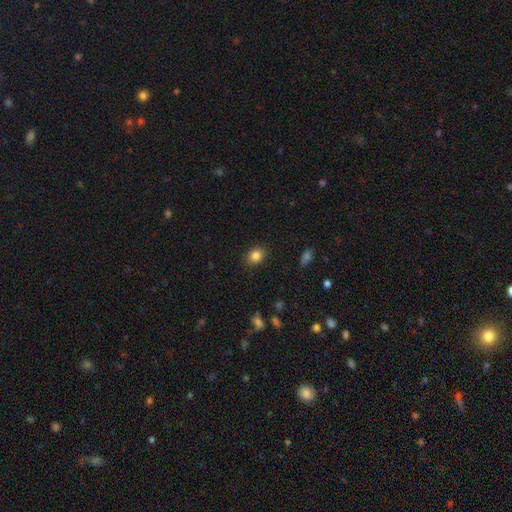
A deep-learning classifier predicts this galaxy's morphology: type=smooth (84%); roundness=in between (52%); merging=none (87%).